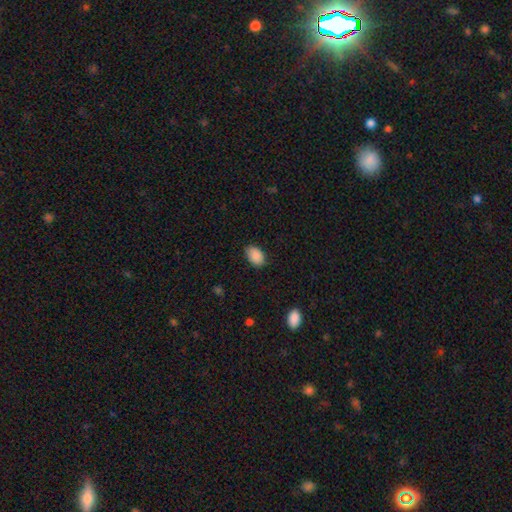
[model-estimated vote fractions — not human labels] This appears to be a smooth galaxy with no disk features (89%) that is in between round and cigar-shaped (86%). Merging: none (79%).